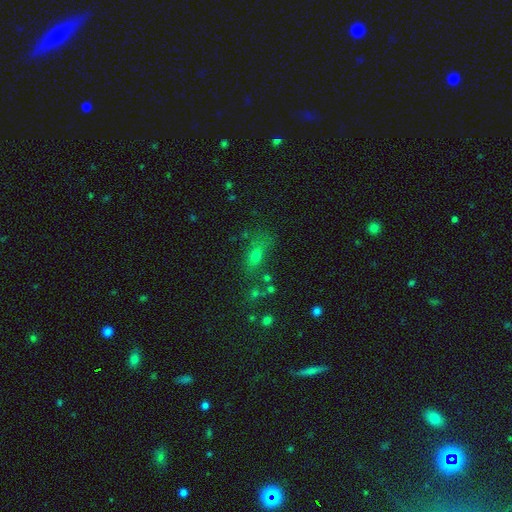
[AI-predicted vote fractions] A smooth galaxy with no disk features (56%) that is in between round and cigar-shaped (62%). Merging: none (59%).